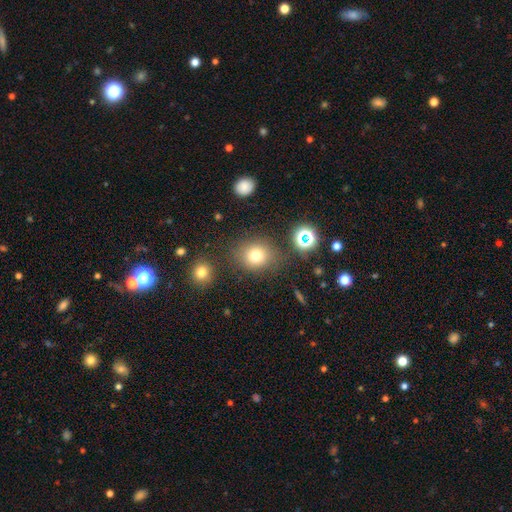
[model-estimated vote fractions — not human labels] smooth 75%, star or artifact 16%, featured or disk 9%. Down the decision tree: how rounded — round (74%); merging — none (79%).